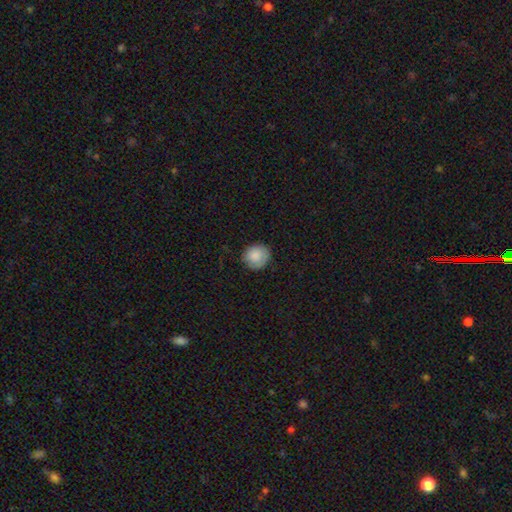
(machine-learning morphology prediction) type=smooth (86%); roundness=round (86%); merging=none (83%).